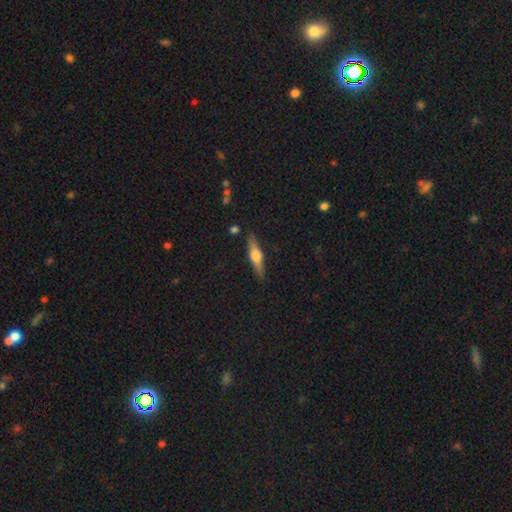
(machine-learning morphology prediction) Overall: featured or disk (63%; smooth 30%). Edge-on disk: yes (96%). Edge-on bulge: rounded (91%). Merging: none (88%).